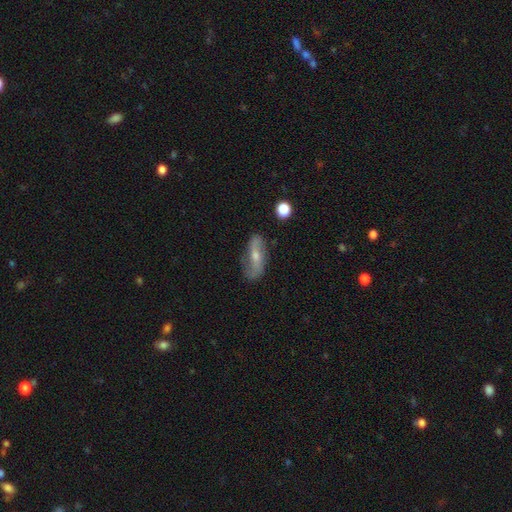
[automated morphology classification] smooth-or-featured: featured or disk: 66% | smooth: 25% | star or artifact: 9%
  disk-edge-on: no: 84% | yes: 16%
    bar: no: 46% | weak: 33% | strong: 20%
    has-spiral-arms: yes: 84% | no: 16%
    bulge-size: small: 49% | moderate: 47% | none: 2% | large: 2% | dominant: 1%
  merging: none: 74% | minor disturbance: 18% | major disturbance: 6% | merger: 2%